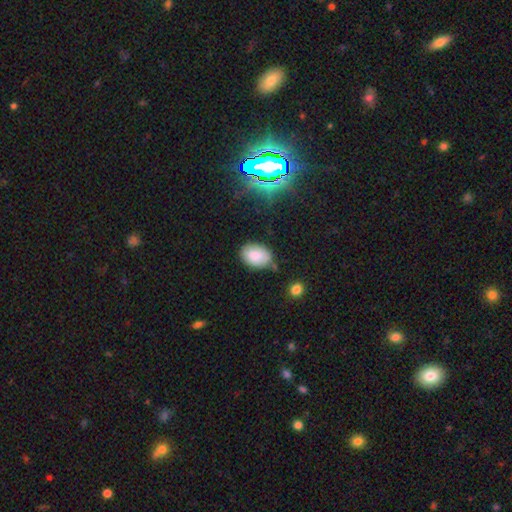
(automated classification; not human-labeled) This appears to be a smooth galaxy with no disk features (83%) that is in between round and cigar-shaped (84%). Merging: none (69%).